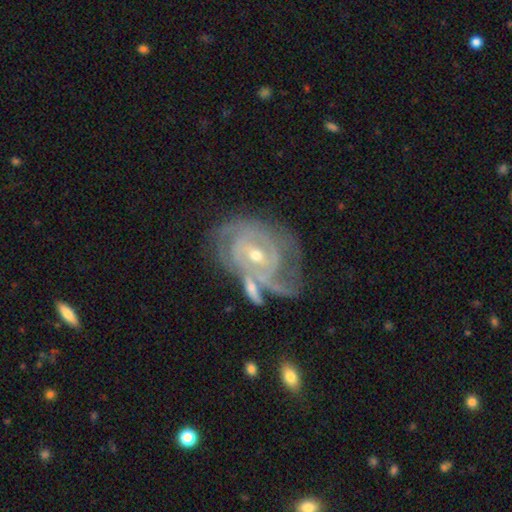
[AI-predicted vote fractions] Smooth or featured? featured or disk (88%)
Edge-on disk? no (96%)
Bar? weak (47%)
Spiral arms? yes (93%)
Spiral winding? tight (66%)
Spiral arm count? can't tell (32%)
Bulge size? small (52%)
Merging? none (44%)